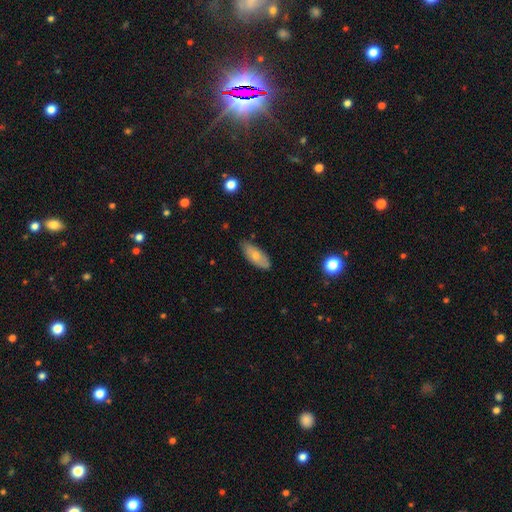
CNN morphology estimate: smooth 72%, featured or disk 22%, star or artifact 6%. Down the decision tree: how rounded — in between (82%); merging — none (78%).